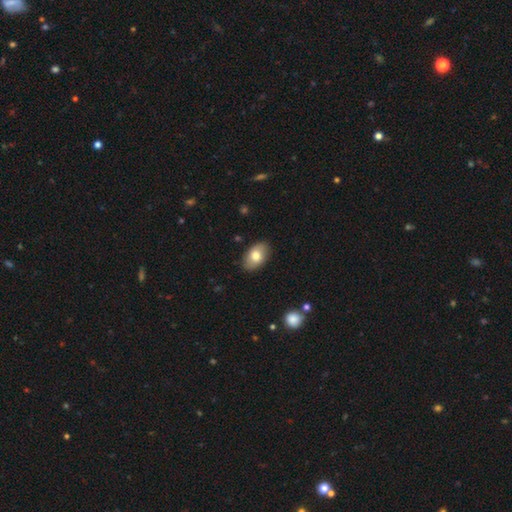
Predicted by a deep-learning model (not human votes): This is likely a smooth galaxy (77%). How rounded: clearly in between (91%). Merging: clearly none (86%).